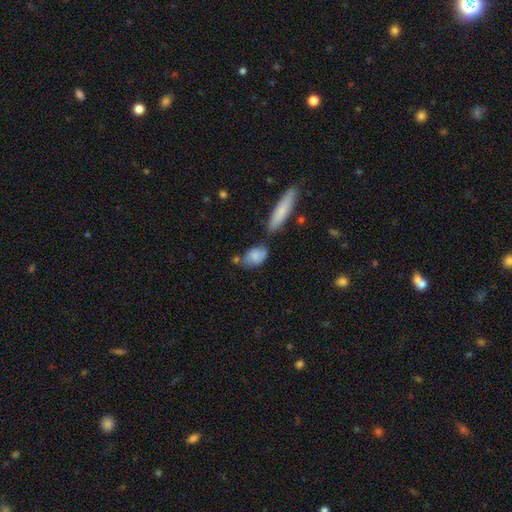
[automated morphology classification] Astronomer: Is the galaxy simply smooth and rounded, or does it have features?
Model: smooth — 77%.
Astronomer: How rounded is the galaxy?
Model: in between — 83%.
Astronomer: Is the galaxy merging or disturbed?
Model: none — 51%.